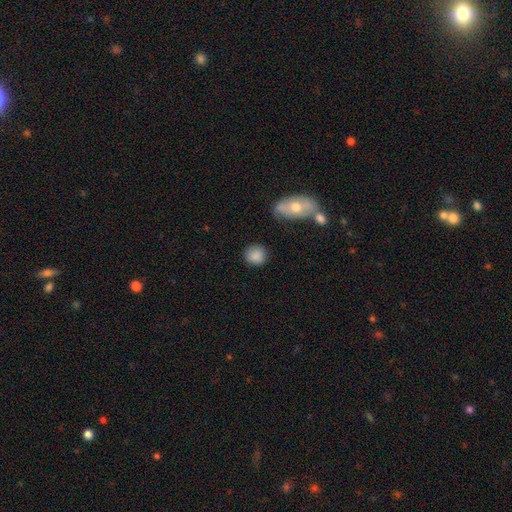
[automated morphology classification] A smooth galaxy with no disk features (87%) that is round (86%). Merging: none (85%).